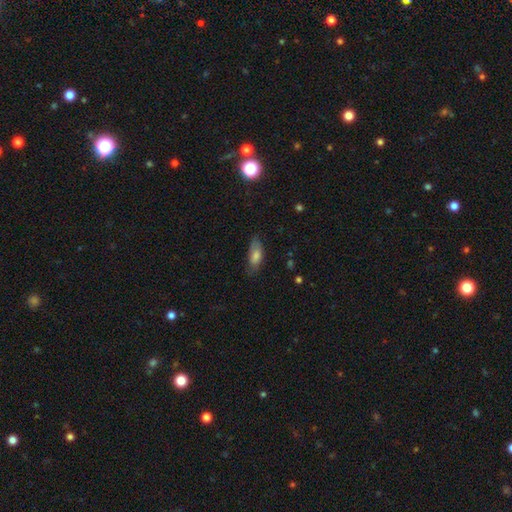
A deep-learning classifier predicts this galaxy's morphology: smooth 69%, featured or disk 21%, star or artifact 10%. Down the decision tree: how rounded — in between (74%); merging — none (71%).